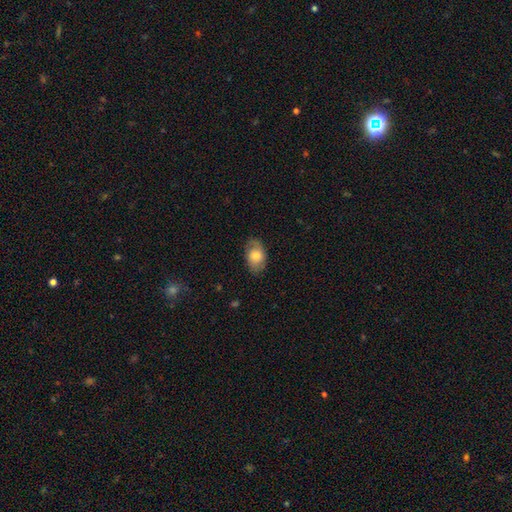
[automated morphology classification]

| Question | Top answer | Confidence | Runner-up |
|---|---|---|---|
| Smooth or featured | smooth | 71% | featured or disk (22%) |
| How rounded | in between | 89% | round (9%) |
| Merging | none | 77% | minor disturbance (17%) |